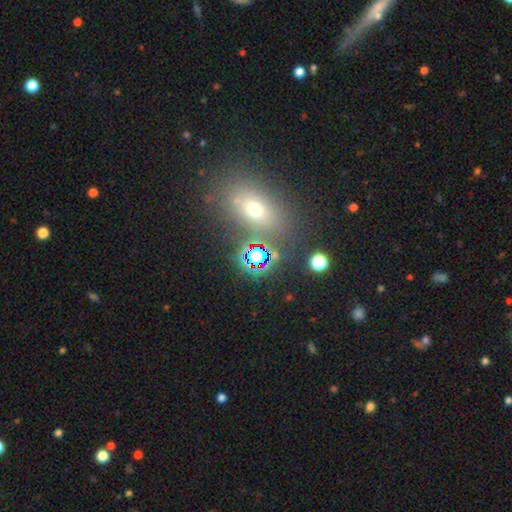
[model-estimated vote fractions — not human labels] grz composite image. It shows a star or artifact, not a galaxy (59%).